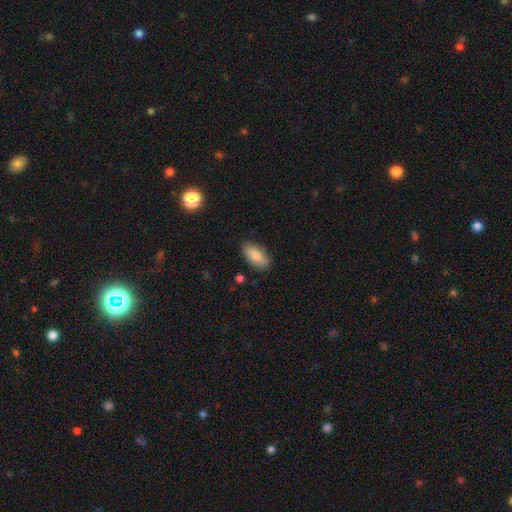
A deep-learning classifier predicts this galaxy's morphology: This appears to be a smooth galaxy with no disk features (83%) that is in between round and cigar-shaped (90%). Merging: none (85%).